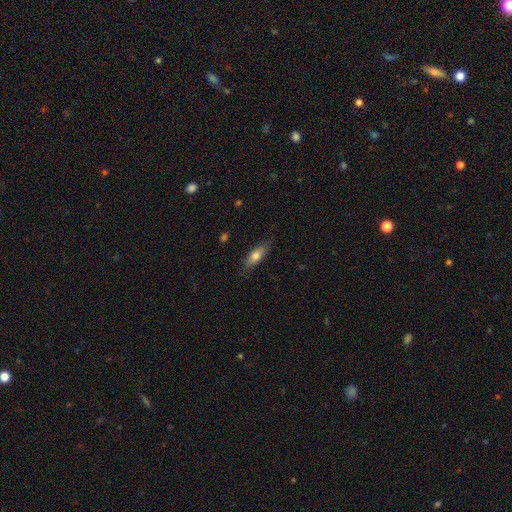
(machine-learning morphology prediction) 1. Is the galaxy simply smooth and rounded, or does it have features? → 70% smooth, 24% featured or disk, 7% star or artifact.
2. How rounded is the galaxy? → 58% in between, 39% cigar-shaped, 3% round.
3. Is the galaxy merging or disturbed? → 80% none, 16% minor disturbance, 3% major disturbance, 1% merger.